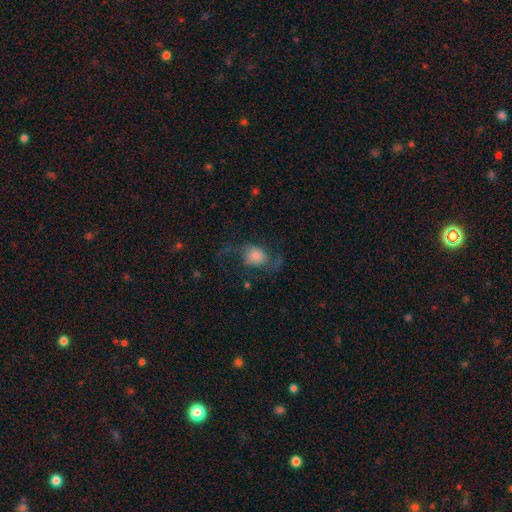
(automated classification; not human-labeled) Morphology: type=featured or disk (52%); edge-on=no (95%); merging=none (55%).